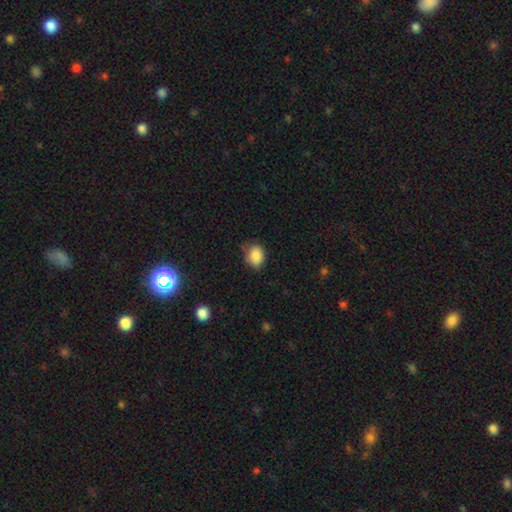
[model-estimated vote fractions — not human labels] smooth_or_featured: smooth (p=0.86) [alt: star or artifact p=0.09]
how_rounded: in between (p=0.52) [alt: round p=0.47]
merging: none (p=0.64) [alt: minor disturbance p=0.29]